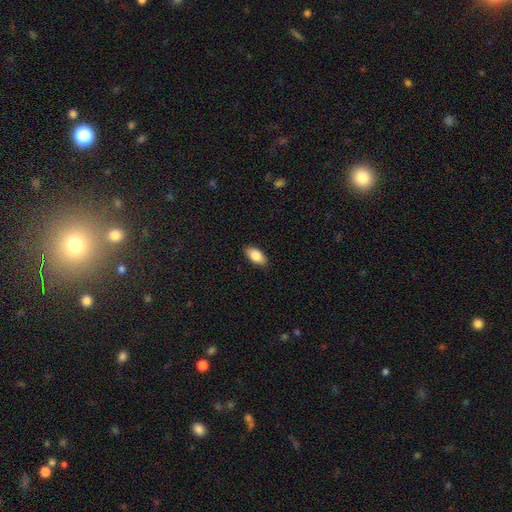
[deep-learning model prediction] The model was most divided on "smooth or featured": smooth: 84%, featured or disk: 9%, star or artifact: 7%. More confident: how rounded — in between (92%); merging — none (88%).